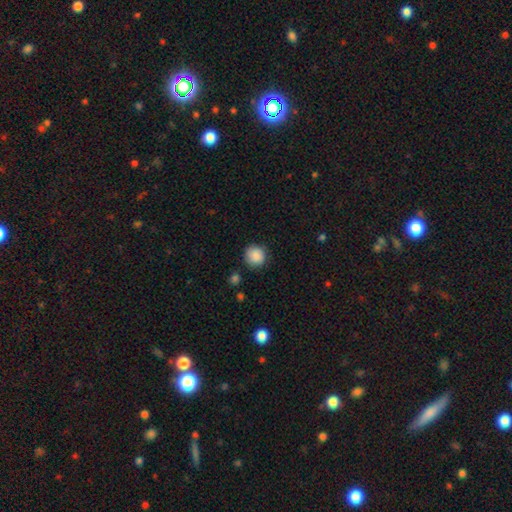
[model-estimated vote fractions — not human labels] Smooth or featured?
  - smooth: 87% *
  - star or artifact: 8%
  - featured or disk: 4%
How rounded?
  - round: 91% *
  - in between: 8%
  - cigar-shaped: 1%
Merging?
  - none: 85% *
  - minor disturbance: 11%
  - major disturbance: 3%
  - merger: 2%